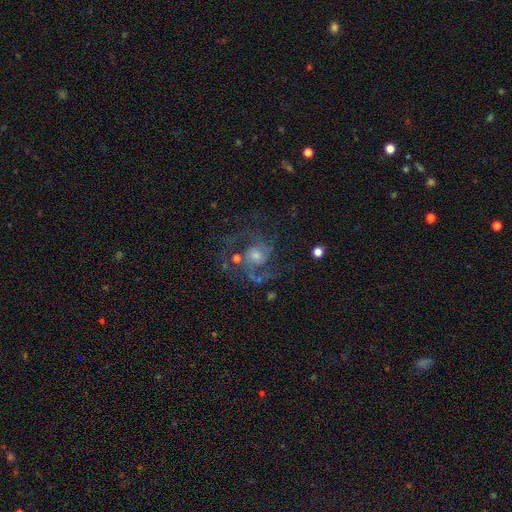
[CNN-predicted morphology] type=featured or disk (82%); edge-on=no (98%); bar=no (67%); spiral arms=yes (93%); winding=medium (54%); arm count=2 (55%); bulge=small (47%); merging=none (61%).